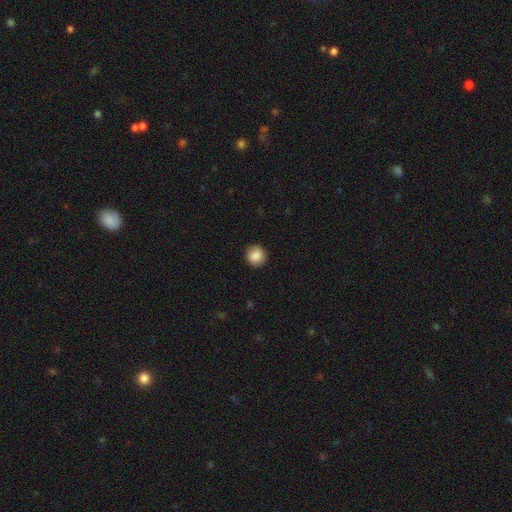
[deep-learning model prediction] A smooth galaxy with no disk features (87%) that is round (89%). Merging: none (87%).